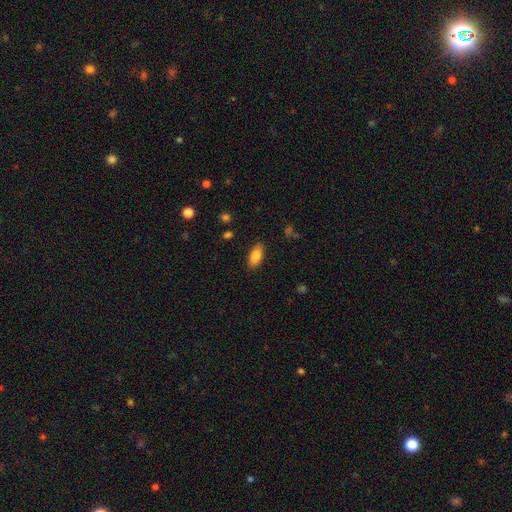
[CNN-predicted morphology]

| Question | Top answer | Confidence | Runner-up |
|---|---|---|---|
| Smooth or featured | smooth | 85% | featured or disk (8%) |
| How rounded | in between | 88% | cigar-shaped (10%) |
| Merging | none | 87% | minor disturbance (10%) |